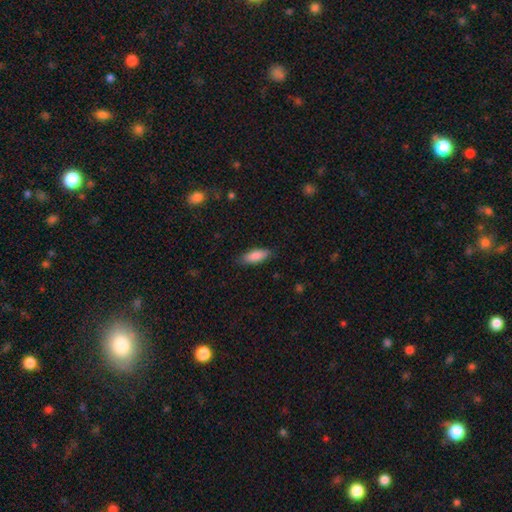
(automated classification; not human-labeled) This appears to be a smooth galaxy with no disk features (87%) that is in between round and cigar-shaped (71%). Merging: none (83%).